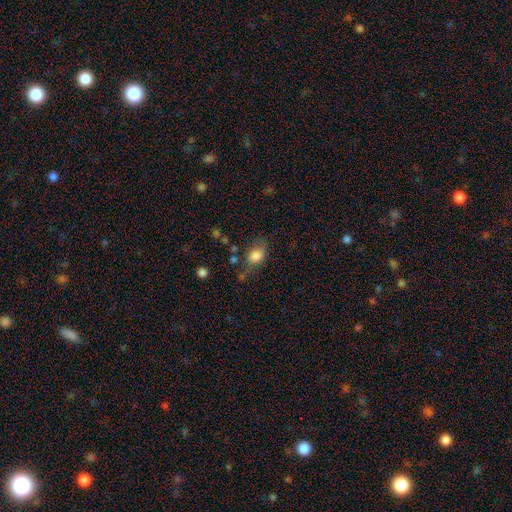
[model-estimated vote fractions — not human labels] The model was most divided on "merging": none: 54%, minor disturbance: 28%, major disturbance: 13%, merger: 5%. More confident: smooth or featured — smooth (80%); how rounded — in between (67%).